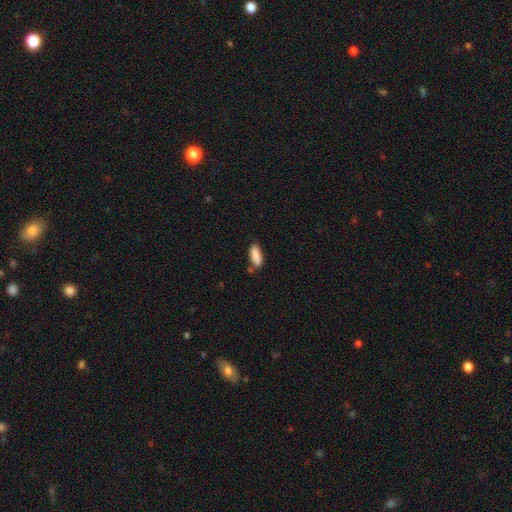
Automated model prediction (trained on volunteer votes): smooth_or_featured: smooth (p=0.88) [alt: star or artifact p=0.07]
how_rounded: in between (p=0.65) [alt: cigar-shaped p=0.33]
merging: none (p=0.76) [alt: minor disturbance p=0.15]